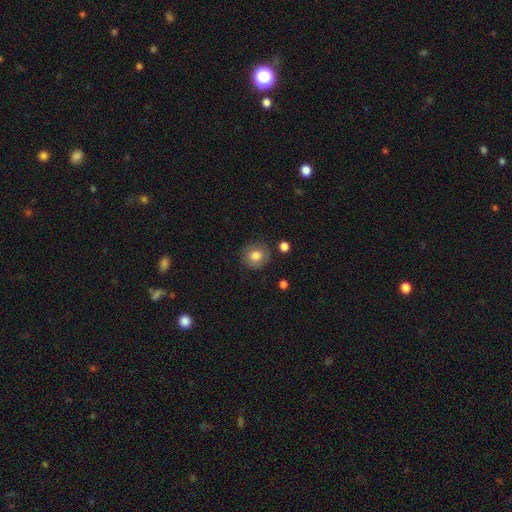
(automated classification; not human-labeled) A smooth galaxy with no disk features (80%) that is round (86%).

Vote fractions:
- Smooth or featured? smooth: 80% / featured or disk: 11% / star or artifact: 9%
- How rounded? round: 86% / in between: 13% / cigar-shaped: 1%
- Merging? none: 84% / minor disturbance: 10% / major disturbance: 3% / merger: 2%